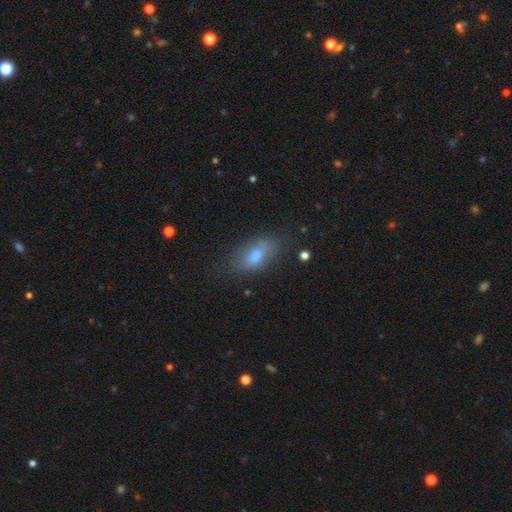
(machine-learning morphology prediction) Smooth or featured?
  - smooth: 68% *
  - featured or disk: 22%
  - star or artifact: 10%
How rounded?
  - in between: 82% *
  - cigar-shaped: 14%
  - round: 5%
Merging?
  - none: 70% *
  - minor disturbance: 21%
  - major disturbance: 7%
  - merger: 2%